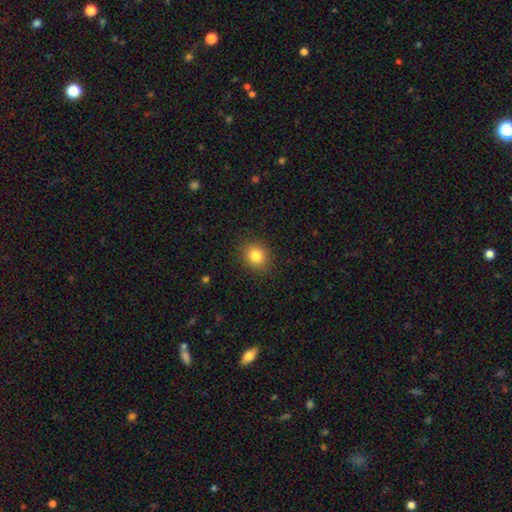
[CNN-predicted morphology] This is clearly a smooth galaxy (83%). How rounded: likely round (72%). Merging: clearly none (88%).